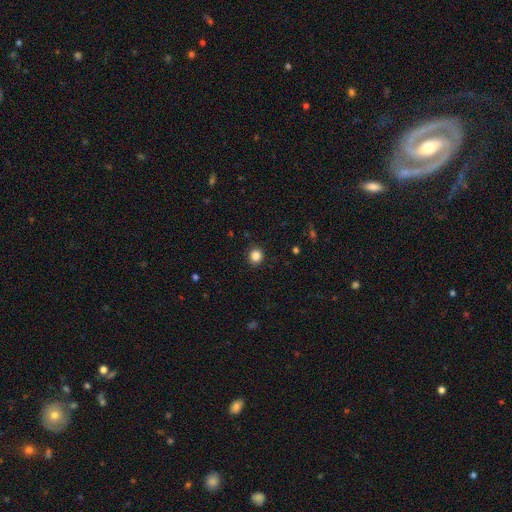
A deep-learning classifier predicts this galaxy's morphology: Overall: smooth (86%). How rounded: round (89%). Merging: none (91%).